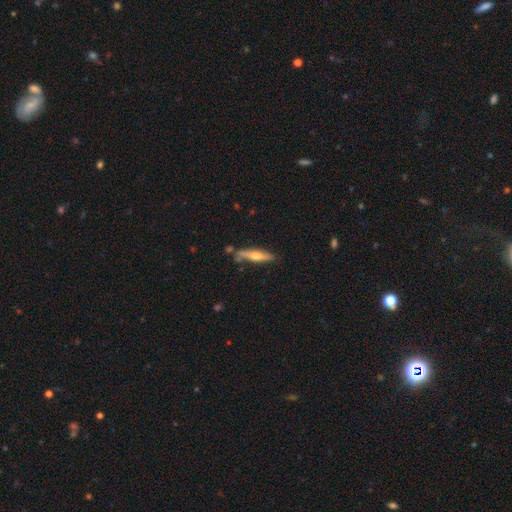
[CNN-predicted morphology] This is possibly a featured or disk galaxy (52%). It is clearly viewed edge-on (92%). Merging: likely none (74%).